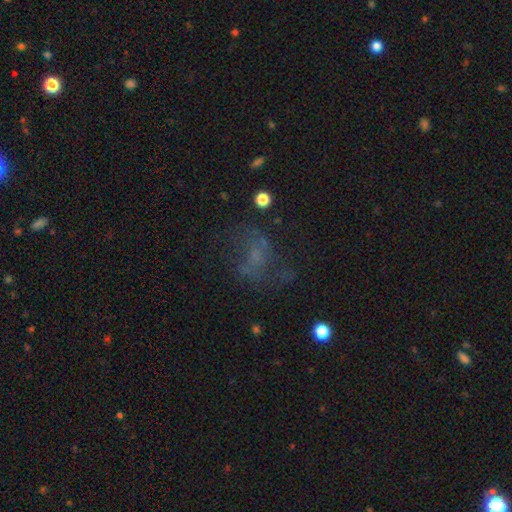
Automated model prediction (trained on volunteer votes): Smooth or featured? featured or disk (38%)
Merging? none (46%)